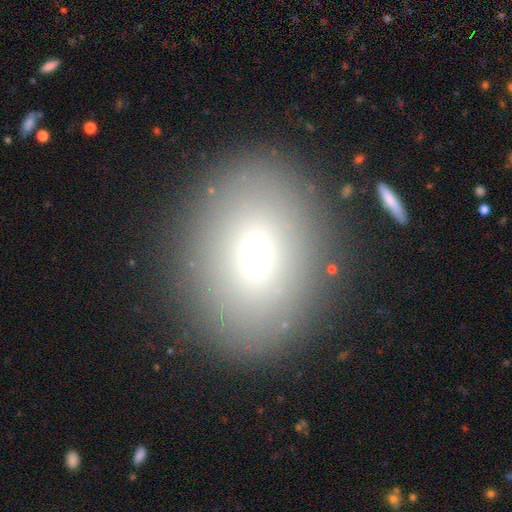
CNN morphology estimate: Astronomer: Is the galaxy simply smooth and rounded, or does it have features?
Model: smooth — 73%.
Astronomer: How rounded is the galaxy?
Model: in between — 63%.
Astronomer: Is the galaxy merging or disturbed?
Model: none — 85%.